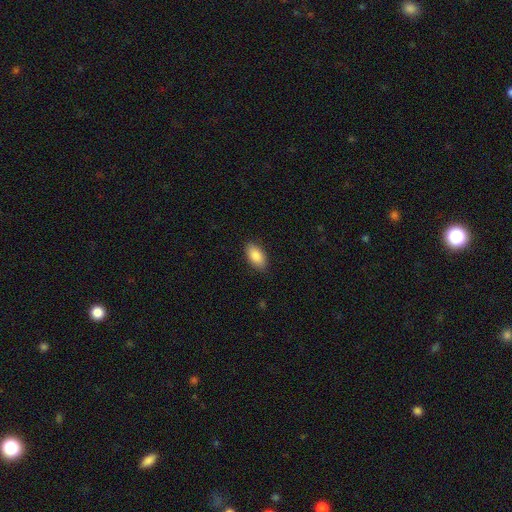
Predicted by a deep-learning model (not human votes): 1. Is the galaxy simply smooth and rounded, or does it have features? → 87% smooth, 7% star or artifact, 6% featured or disk.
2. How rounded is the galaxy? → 94% in between, 4% round, 3% cigar-shaped.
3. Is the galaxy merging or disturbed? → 86% none, 11% minor disturbance, 2% major disturbance, 1% merger.